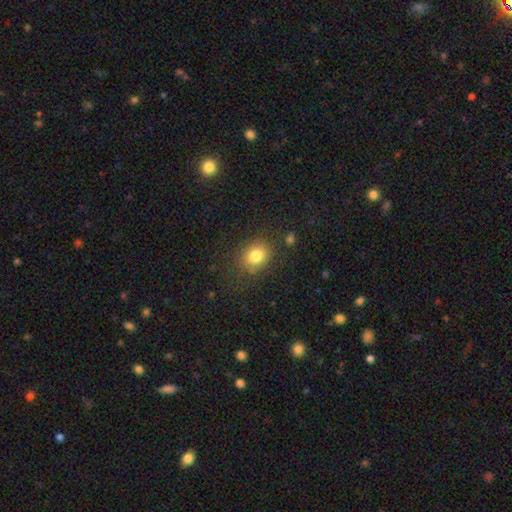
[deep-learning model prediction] This is clearly a smooth galaxy (81%). How rounded: possibly round (56%). Merging: likely none (80%).